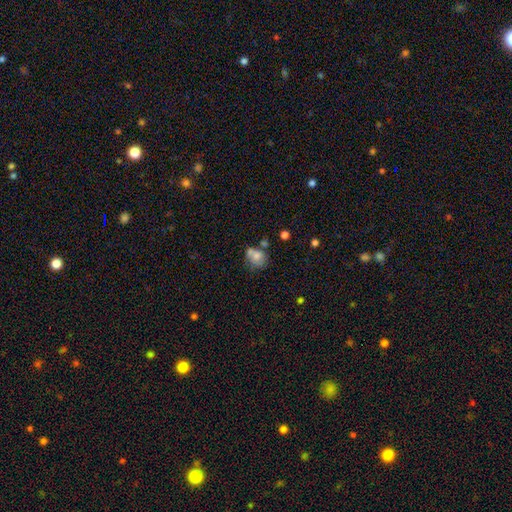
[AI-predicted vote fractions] smooth 72%, featured or disk 17%, star or artifact 10%. Down the decision tree: how rounded — round (58%); merging — none (40%).